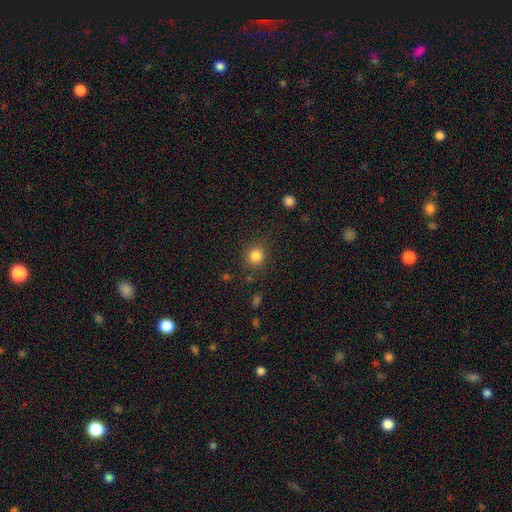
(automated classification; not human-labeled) Smooth or featured? Predicted: smooth (p=0.83). How rounded? Predicted: round (p=0.88). Merging? Predicted: none (p=0.84).